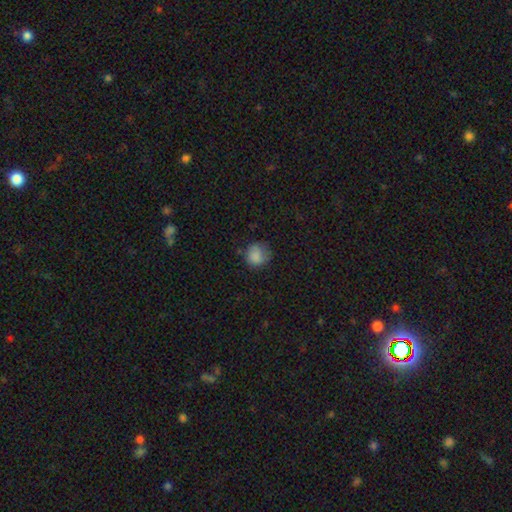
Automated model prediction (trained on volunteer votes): This appears to be a smooth galaxy with no disk features (84%) that is round (83%). Merging: none (65%).